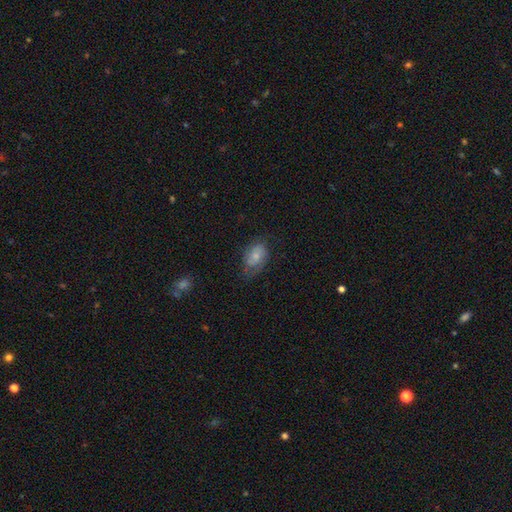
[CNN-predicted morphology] smooth_or_featured: smooth (p=0.54) [alt: featured or disk p=0.38]
how_rounded: in between (p=0.84) [alt: round p=0.14]
merging: none (p=0.56) [alt: minor disturbance p=0.29]